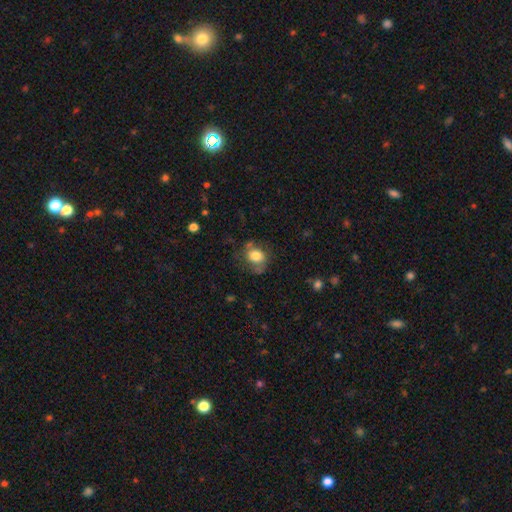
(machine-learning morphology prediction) This is likely a smooth galaxy (73%). How rounded: possibly round (55%). Merging: possibly none (56%).